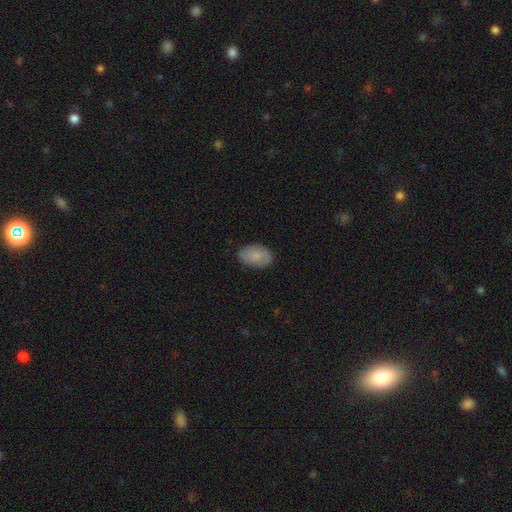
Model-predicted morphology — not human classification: smooth-or-featured: smooth: 78% | featured or disk: 15% | star or artifact: 7%
  how-rounded: in between: 91% | round: 8% | cigar-shaped: 1%
  merging: none: 81% | minor disturbance: 15% | major disturbance: 3% | merger: 1%